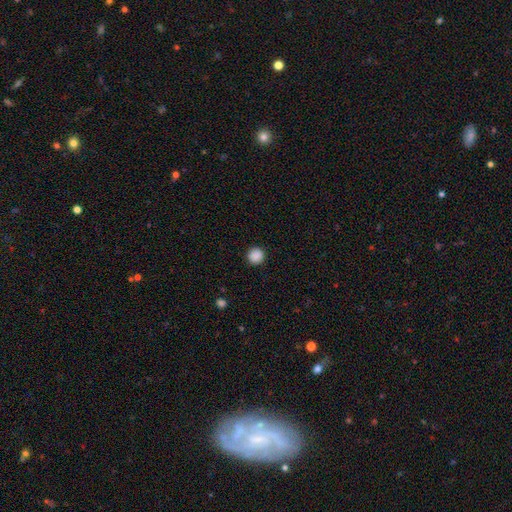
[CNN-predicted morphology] smooth-or-featured: smooth: 89% | star or artifact: 9% | featured or disk: 2%
  how-rounded: round: 95% | in between: 4% | cigar-shaped: 1%
  merging: none: 92% | minor disturbance: 5% | major disturbance: 2% | merger: 1%